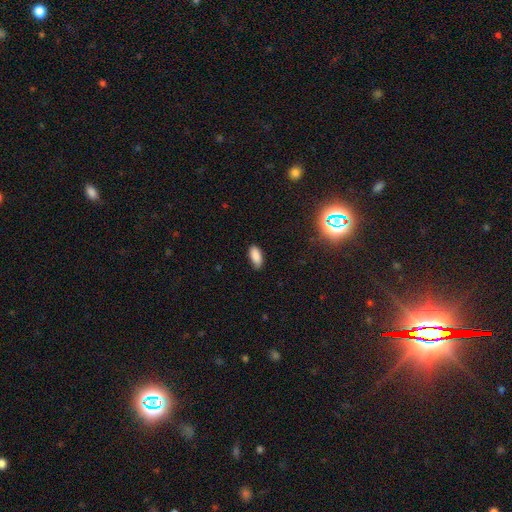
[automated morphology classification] This is clearly a smooth galaxy (86%). How rounded: clearly in between (89%). Merging: likely none (80%).